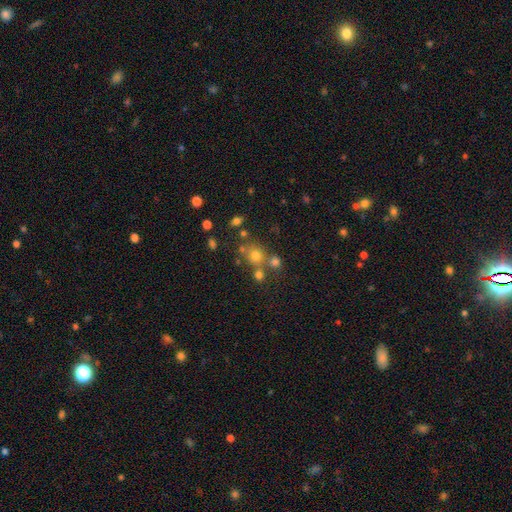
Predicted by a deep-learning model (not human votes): This appears to be a smooth galaxy with no disk features (63%) that is round (84%). Merging: none (59%).